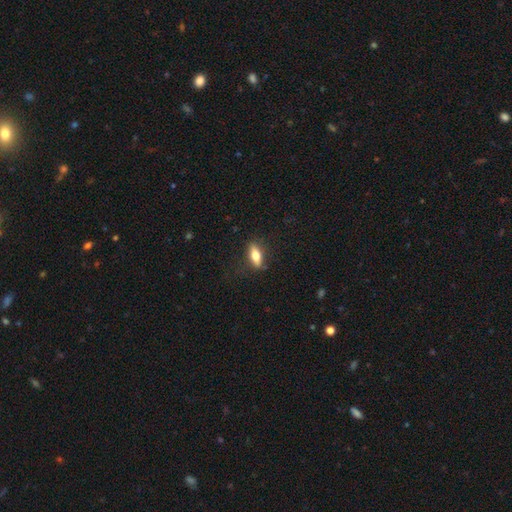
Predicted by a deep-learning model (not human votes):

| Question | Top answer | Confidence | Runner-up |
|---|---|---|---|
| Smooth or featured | smooth | 63% | featured or disk (30%) |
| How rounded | in between | 64% | cigar-shaped (32%) |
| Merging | none | 81% | minor disturbance (14%) |